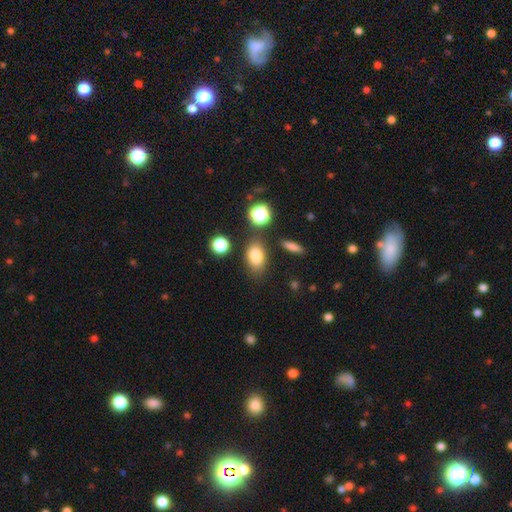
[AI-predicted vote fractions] Smooth or featured?
  - smooth: 81% *
  - star or artifact: 11%
  - featured or disk: 8%
How rounded?
  - in between: 81% *
  - round: 16%
  - cigar-shaped: 2%
Merging?
  - none: 76% *
  - minor disturbance: 13%
  - merger: 7%
  - major disturbance: 4%